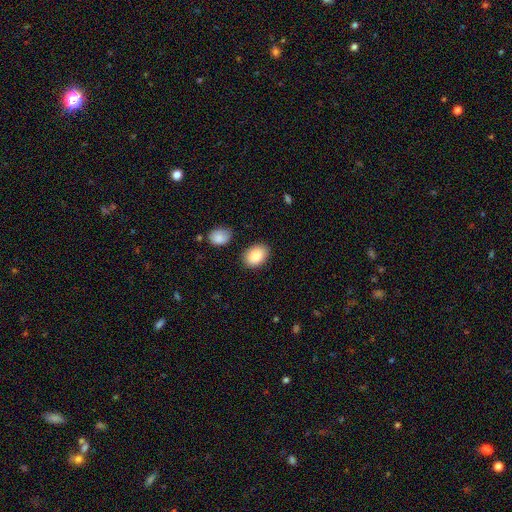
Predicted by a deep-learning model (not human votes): This appears to be a smooth galaxy with no disk features (86%) that is in between round and cigar-shaped (80%). Merging: none (85%).